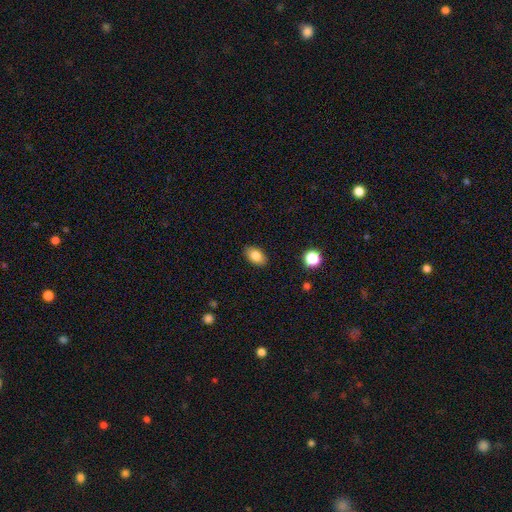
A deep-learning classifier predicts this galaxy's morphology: Smooth or featured? Predicted: smooth (p=0.83). How rounded? Predicted: in between (p=0.89). Merging? Predicted: none (p=0.88).